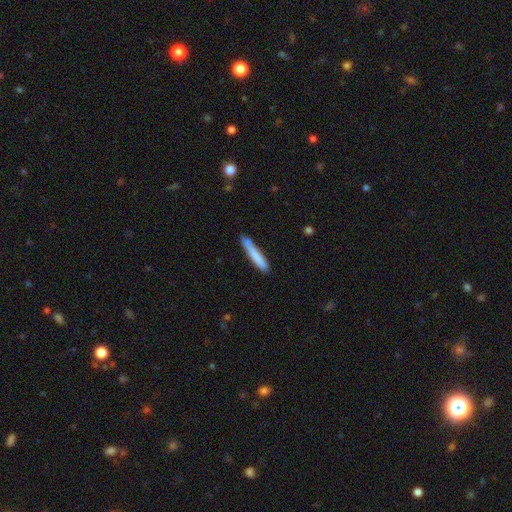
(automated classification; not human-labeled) smooth-or-featured: smooth: 78% | featured or disk: 16% | star or artifact: 6%
  how-rounded: cigar-shaped: 95% | in between: 4% | round: 1%
  merging: none: 78% | minor disturbance: 16% | merger: 4% | major disturbance: 3%